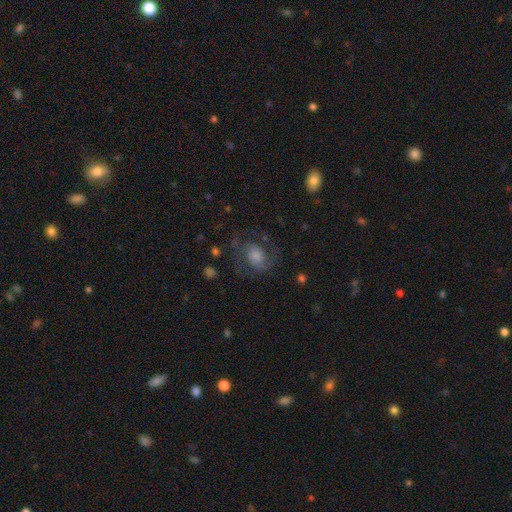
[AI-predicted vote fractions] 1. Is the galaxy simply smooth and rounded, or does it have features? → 63% featured or disk, 25% smooth, 12% star or artifact.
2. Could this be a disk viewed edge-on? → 97% no, 3% yes.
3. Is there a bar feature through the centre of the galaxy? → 65% no, 29% weak, 6% strong.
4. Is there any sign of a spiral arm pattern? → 87% yes, 13% no.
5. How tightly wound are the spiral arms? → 52% medium, 28% tight, 20% loose.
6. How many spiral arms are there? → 76% 2, 12% can't tell, 5% 1, 4% 3, 2% 4, 2% more than 4.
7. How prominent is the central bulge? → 35% moderate, 31% large, 19% small, 10% none, 5% dominant.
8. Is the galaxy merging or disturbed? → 66% none, 17% minor disturbance, 15% major disturbance, 2% merger.